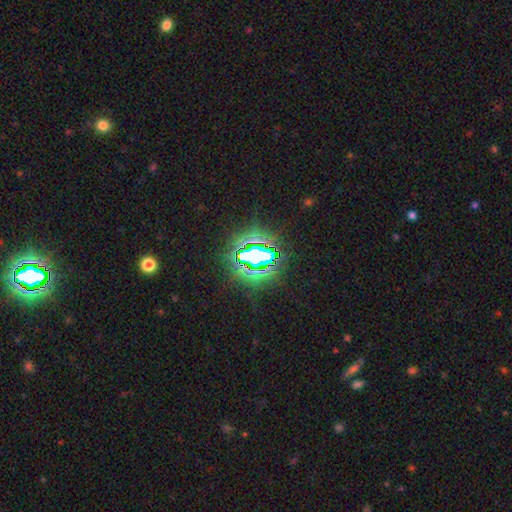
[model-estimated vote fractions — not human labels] Smooth or featured: star or artifact — 75% (smooth — 14%)